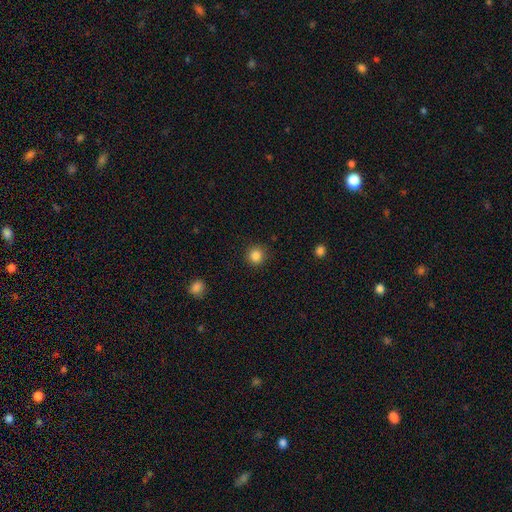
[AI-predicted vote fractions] Smooth or featured?
  - smooth: 85% *
  - star or artifact: 11%
  - featured or disk: 4%
How rounded?
  - round: 93% *
  - in between: 6%
  - cigar-shaped: 1%
Merging?
  - none: 90% *
  - minor disturbance: 7%
  - major disturbance: 2%
  - merger: 1%